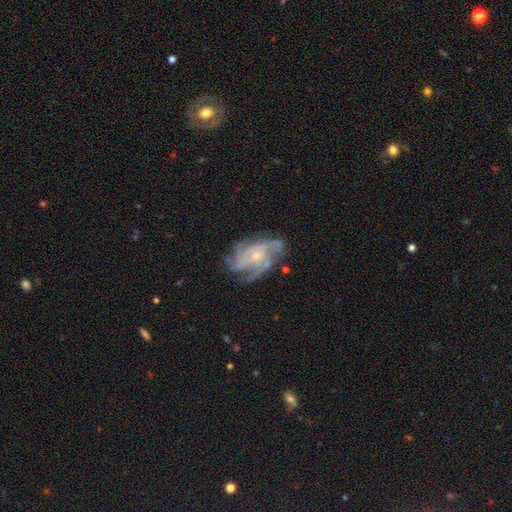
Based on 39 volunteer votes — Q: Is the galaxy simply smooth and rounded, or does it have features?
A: featured or disk — 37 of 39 (95%).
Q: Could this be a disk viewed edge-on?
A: no — 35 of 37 (95%).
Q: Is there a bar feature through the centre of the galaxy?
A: no — 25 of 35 (71%).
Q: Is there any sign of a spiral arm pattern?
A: yes — 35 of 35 (100%).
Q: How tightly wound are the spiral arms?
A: tight — 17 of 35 (49%).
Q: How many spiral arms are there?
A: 4 — 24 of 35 (69%).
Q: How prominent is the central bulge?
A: small — 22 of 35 (63%).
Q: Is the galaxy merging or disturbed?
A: none — 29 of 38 (76%).